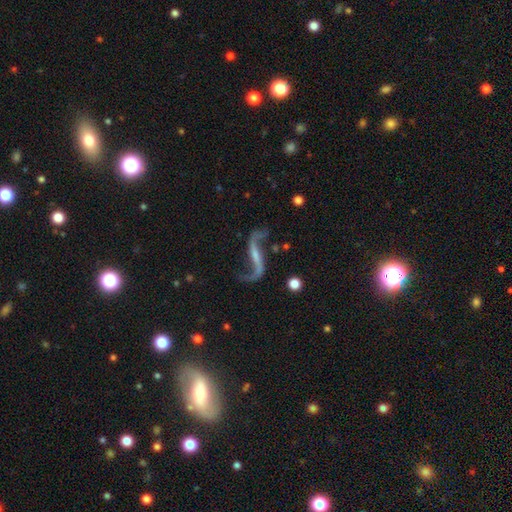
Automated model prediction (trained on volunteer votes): featured or disk 88%, star or artifact 6%, smooth 5%. Down the decision tree: edge-on disk — no (93%); bar — strong (38%); spiral arms — yes (95%); spiral arm count — 2 (93%); spiral winding — loose (93%); bulge size — small (48%); merging — none (69%).